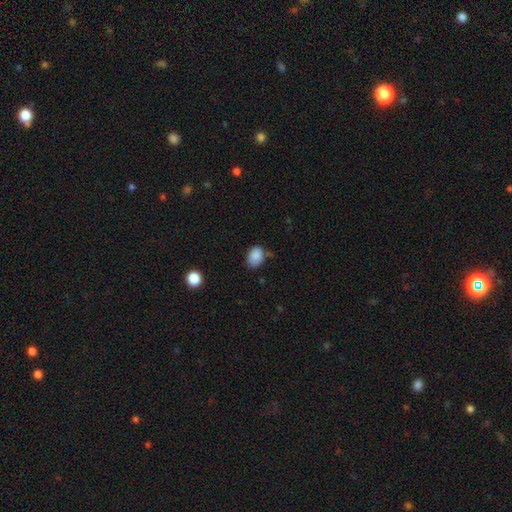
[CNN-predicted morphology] type=smooth (87%); roundness=in between (68%); merging=none (68%).